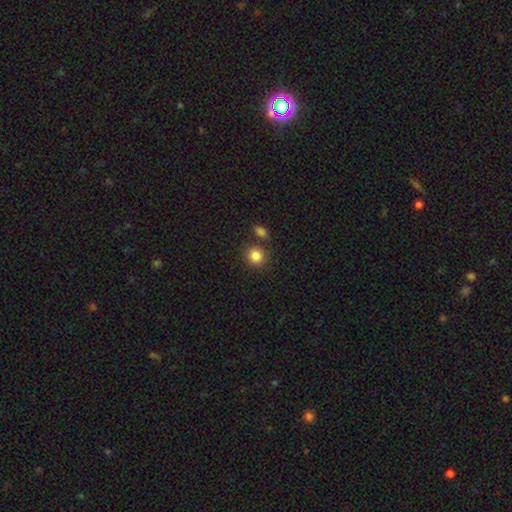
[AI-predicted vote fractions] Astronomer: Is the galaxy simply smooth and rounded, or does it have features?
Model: smooth — 85%.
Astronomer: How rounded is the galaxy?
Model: round — 86%.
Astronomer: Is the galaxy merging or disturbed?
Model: none — 74%.